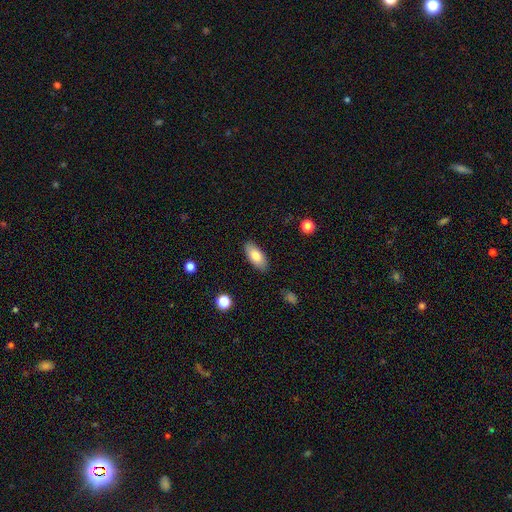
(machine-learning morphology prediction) Smooth or featured: smooth — 79% (featured or disk — 14%)
How rounded: in between — 89% (cigar-shaped — 9%)
Merging: none — 87% (minor disturbance — 10%)